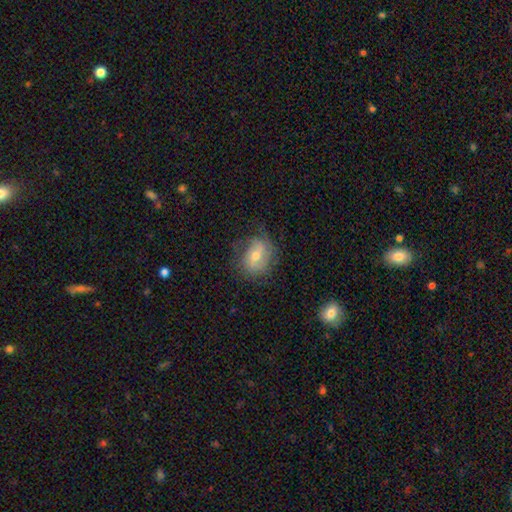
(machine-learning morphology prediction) Q: Smooth or featured?
A: featured or disk (54%); runner-up: smooth (37%)
Q: Edge-on disk?
A: no (95%); runner-up: yes (5%)
Q: Bar?
A: no (47%); runner-up: weak (39%)
Q: Spiral arms?
A: yes (73%); runner-up: no (27%)
Q: Bulge size?
A: moderate (62%); runner-up: small (34%)
Q: Merging?
A: none (64%); runner-up: minor disturbance (23%)